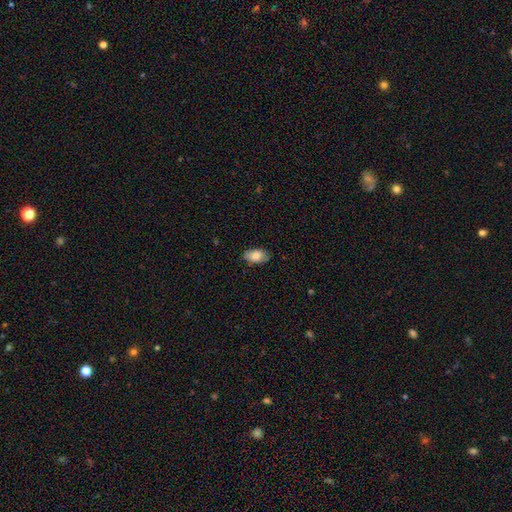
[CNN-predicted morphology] The model was most divided on "merging": none: 81%, minor disturbance: 16%, major disturbance: 3%, merger: 1%. More confident: how rounded — in between (93%); smooth or featured — smooth (81%).